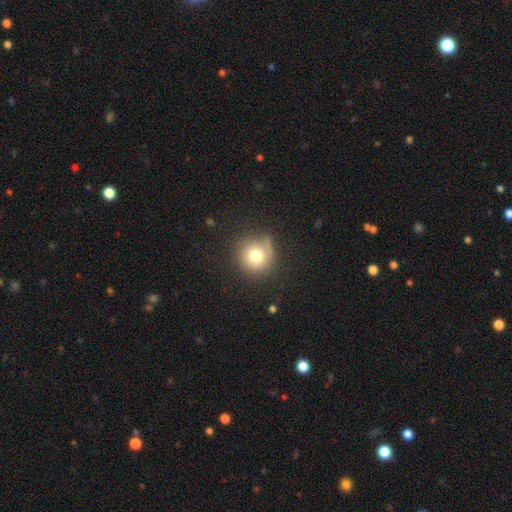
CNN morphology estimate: This is likely a smooth galaxy (75%). How rounded: clearly round (93%). Merging: likely none (74%).